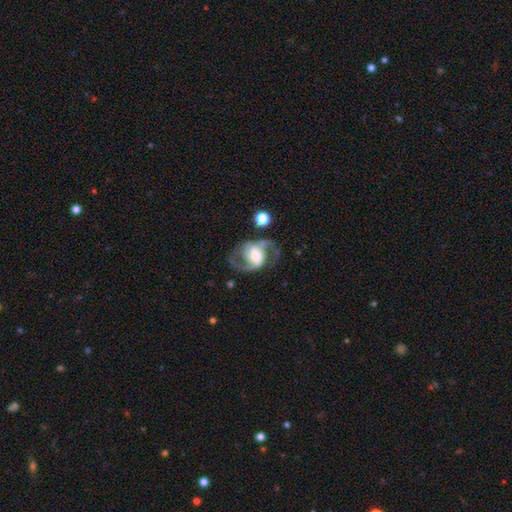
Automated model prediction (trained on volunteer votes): A featured or disk galaxy (83%) with a weak bar (40%), 2 (90%) medium (56%) spiral arms (94%) and a moderate central bulge (48%). Merging: none (65%).